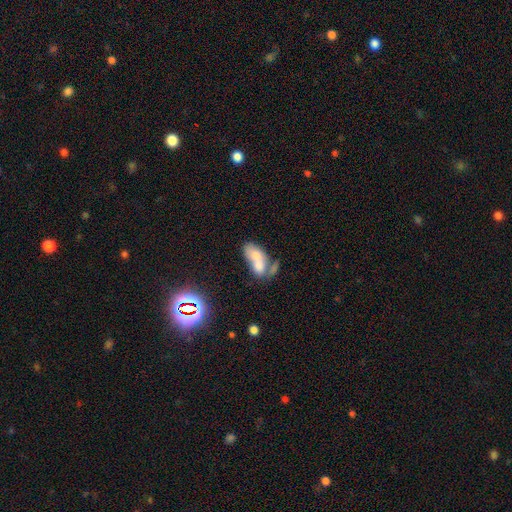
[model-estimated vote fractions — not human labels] The model was most divided on "smooth or featured": smooth: 64%, featured or disk: 26%, star or artifact: 10%. More confident: how rounded — in between (86%); merging — merger (67%).